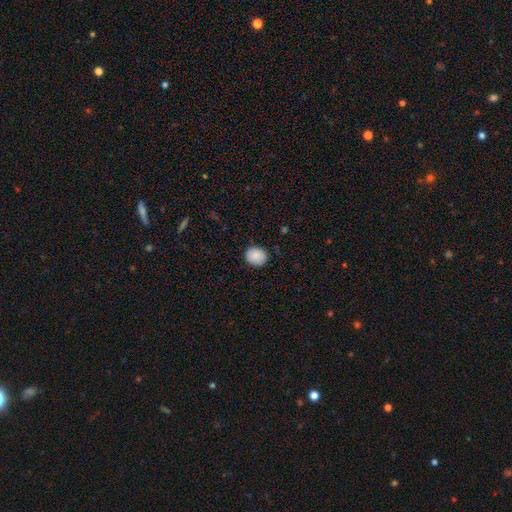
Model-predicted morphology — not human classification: A smooth galaxy with no disk features (89%) that is round (69%). Merging: none (85%).